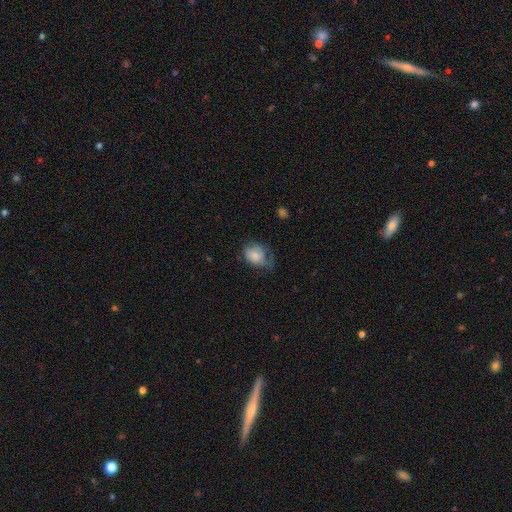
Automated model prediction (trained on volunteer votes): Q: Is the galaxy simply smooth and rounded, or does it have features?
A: smooth — 70%.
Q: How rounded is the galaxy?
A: in between — 64%.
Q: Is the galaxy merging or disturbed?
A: none — 35%.